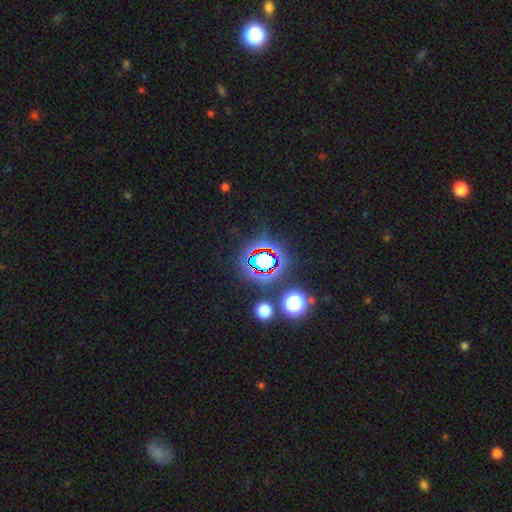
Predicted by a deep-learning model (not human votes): Smooth or featured? Predicted: star or artifact (p=0.79).